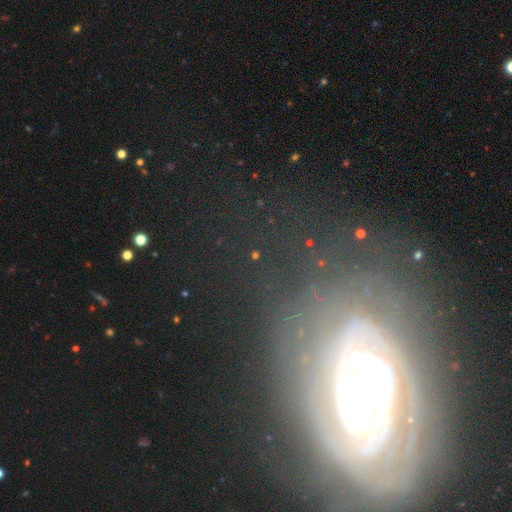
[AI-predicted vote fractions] This is possibly a star or artifact rather than a galaxy (59%).